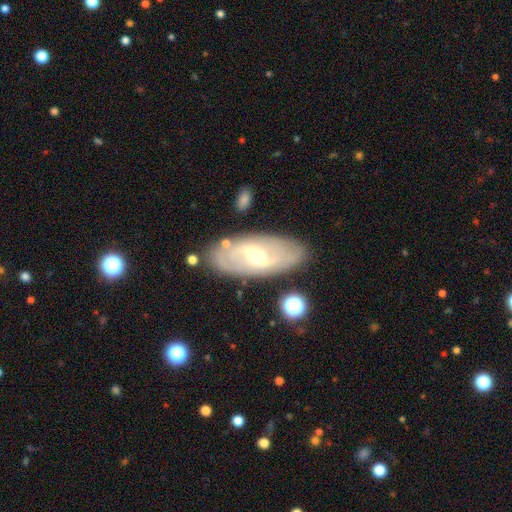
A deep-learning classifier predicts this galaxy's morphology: featured or disk 74%, smooth 19%, star or artifact 6%. Down the decision tree: edge-on disk — no (90%); bar — weak (50%); spiral arms — yes (77%); spiral arm count — 2 (67%); spiral winding — medium (39%); bulge size — moderate (59%); merging — none (81%).